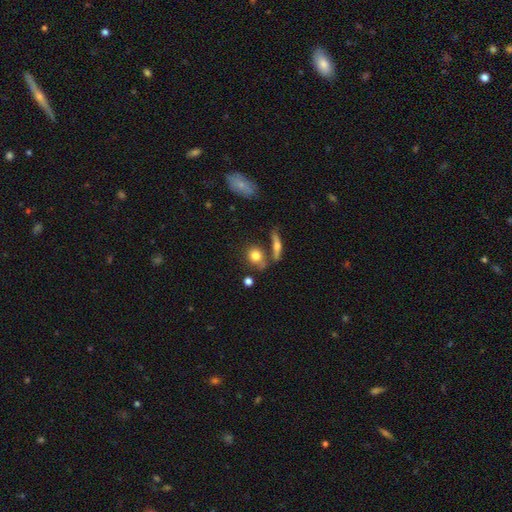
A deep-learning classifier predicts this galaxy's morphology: smooth-or-featured: smooth: 77% | featured or disk: 14% | star or artifact: 9%
  how-rounded: round: 67% | in between: 29% | cigar-shaped: 4%
  merging: none: 62% | merger: 18% | minor disturbance: 14% | major disturbance: 5%